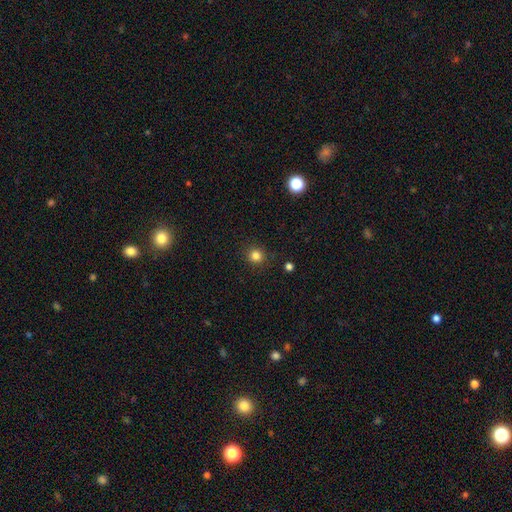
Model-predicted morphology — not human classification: Q: Smooth or featured?
A: smooth (83%); runner-up: star or artifact (13%)
Q: How rounded?
A: round (92%); runner-up: in between (7%)
Q: Merging?
A: none (90%); runner-up: minor disturbance (6%)